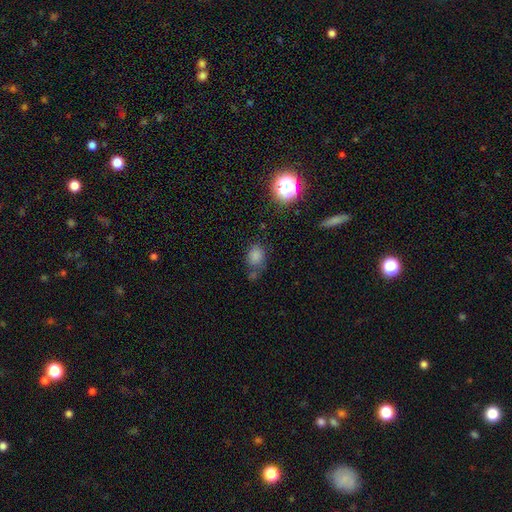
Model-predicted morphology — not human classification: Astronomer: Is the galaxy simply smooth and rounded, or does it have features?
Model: smooth — 77%.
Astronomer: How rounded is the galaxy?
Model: round — 50% (runner-up: in between, 49%).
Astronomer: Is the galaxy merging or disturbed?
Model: none — 60%.